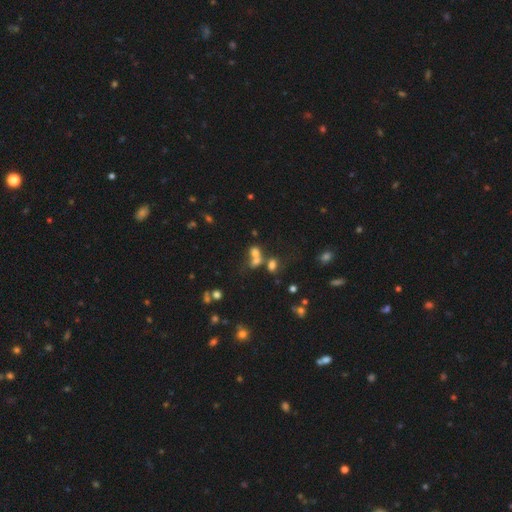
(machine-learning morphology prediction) type=smooth (63%); roundness=round (50%); merging=merger (55%).